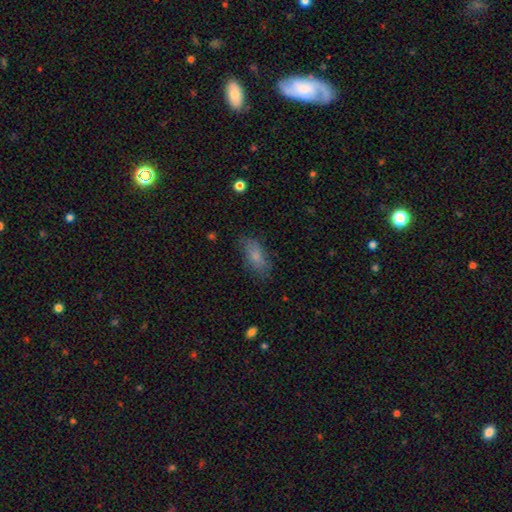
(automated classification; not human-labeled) This is likely a smooth galaxy (77%). How rounded: clearly in between (84%). Merging: likely none (72%).